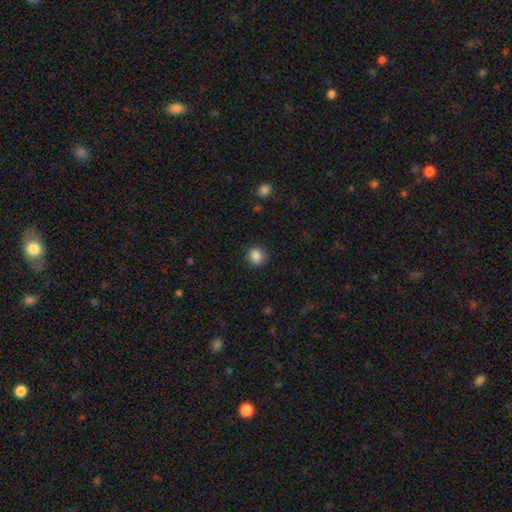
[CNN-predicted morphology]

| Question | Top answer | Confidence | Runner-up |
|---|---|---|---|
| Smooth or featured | smooth | 87% | star or artifact (10%) |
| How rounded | round | 89% | in between (10%) |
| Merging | none | 88% | minor disturbance (8%) |